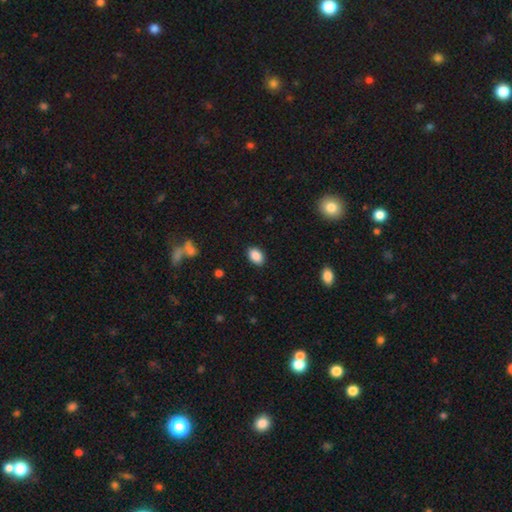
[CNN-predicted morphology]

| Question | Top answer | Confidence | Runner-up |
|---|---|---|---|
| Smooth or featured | smooth | 88% | star or artifact (8%) |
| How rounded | in between | 85% | round (13%) |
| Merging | none | 88% | minor disturbance (9%) |